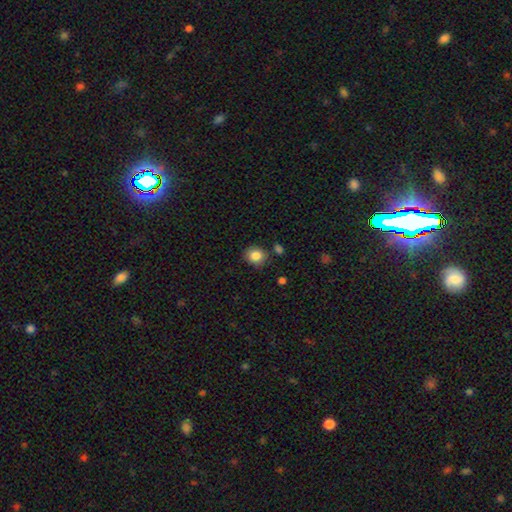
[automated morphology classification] smooth_or_featured: smooth (p=0.85) [alt: star or artifact p=0.09]
how_rounded: round (p=0.72) [alt: in between p=0.27]
merging: none (p=0.81) [alt: minor disturbance p=0.12]